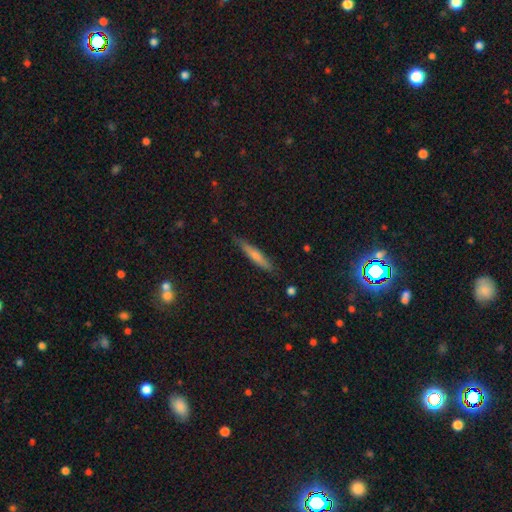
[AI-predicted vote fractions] A smooth galaxy with no disk features (60%) that is cigar-shaped (92%). Merging: none (84%).